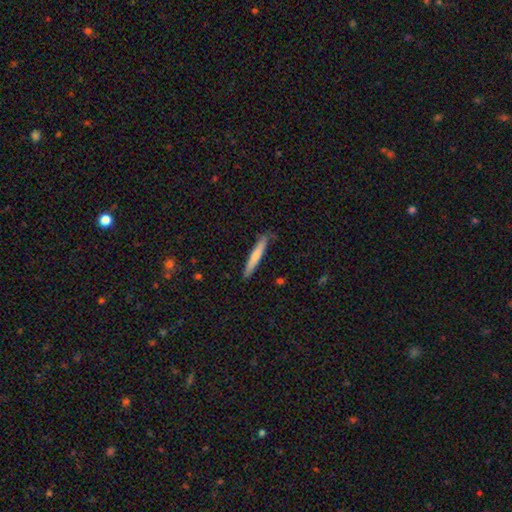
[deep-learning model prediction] A smooth galaxy with no disk features (69%) that is cigar-shaped (94%). Merging: none (83%).